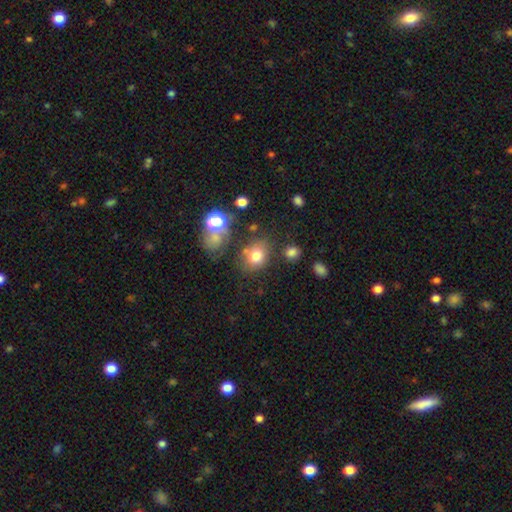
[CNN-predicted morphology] Smooth or featured: smooth — 76% (star or artifact — 14%)
How rounded: round — 54% (in between — 45%)
Merging: none — 67% (minor disturbance — 16%)